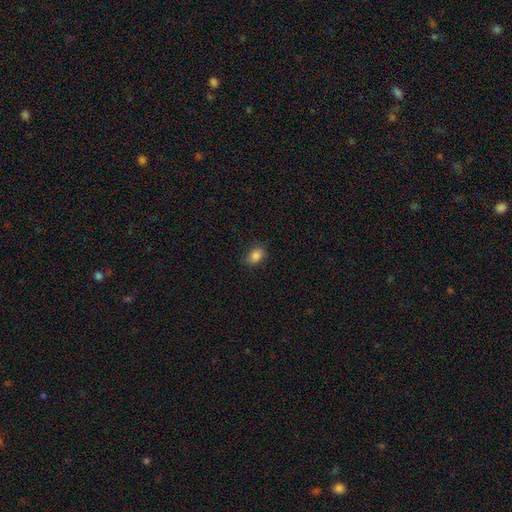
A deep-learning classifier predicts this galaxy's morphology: smooth 86%, star or artifact 10%, featured or disk 5%. Down the decision tree: how rounded — in between (78%); merging — none (81%).